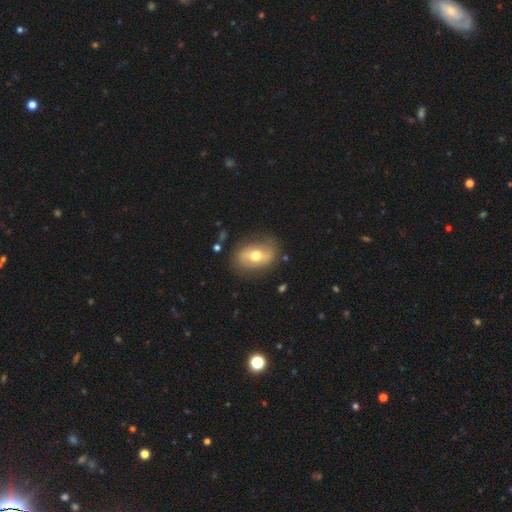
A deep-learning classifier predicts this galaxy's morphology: smooth-or-featured: featured or disk: 47% | smooth: 46% | star or artifact: 7%
  merging: none: 78% | minor disturbance: 15% | major disturbance: 5% | merger: 2%